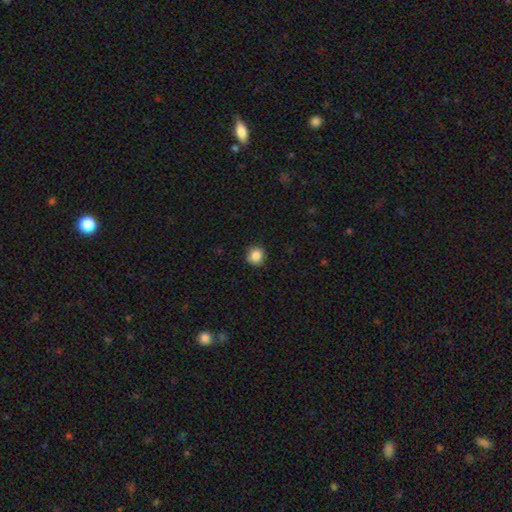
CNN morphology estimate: This appears to be a smooth galaxy with no disk features (87%) that is round (92%). Merging: none (90%).